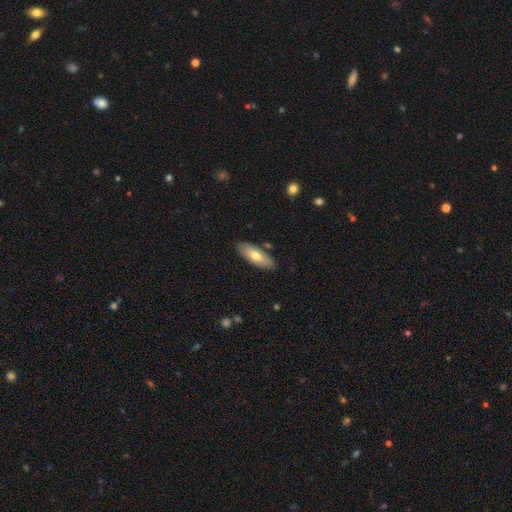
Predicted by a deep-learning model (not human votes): Smooth or featured: smooth — 66% (featured or disk — 29%)
How rounded: in between — 71% (cigar-shaped — 27%)
Merging: none — 86% (minor disturbance — 10%)